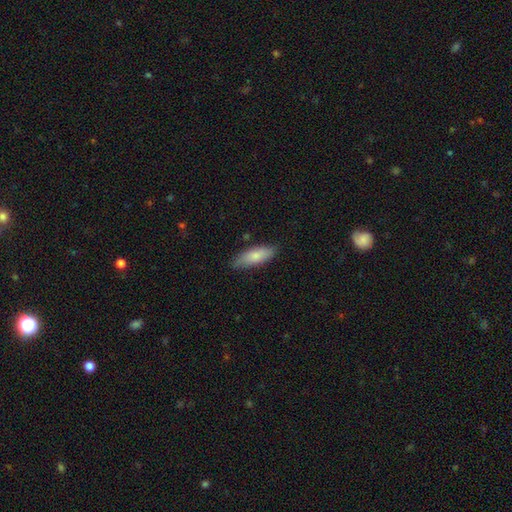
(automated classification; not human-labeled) A smooth galaxy with no disk features (79%) that is in between round and cigar-shaped (64%).

Vote fractions:
- Smooth or featured? smooth: 79% / featured or disk: 15% / star or artifact: 6%
- How rounded? in between: 64% / cigar-shaped: 34% / round: 2%
- Merging? none: 81% / minor disturbance: 15% / major disturbance: 2% / merger: 1%